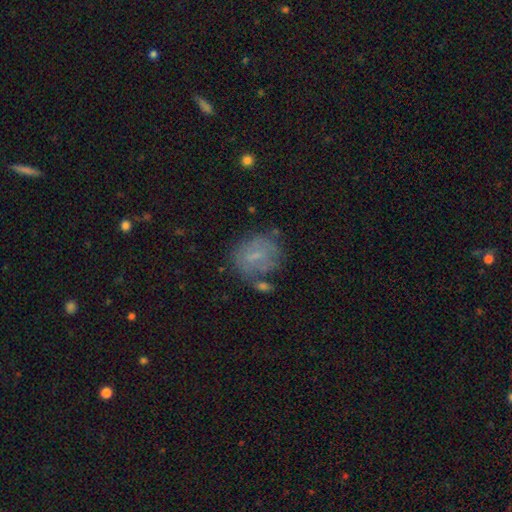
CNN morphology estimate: smooth_or_featured: smooth (p=0.53) [alt: featured or disk p=0.33]
how_rounded: round (p=0.67) [alt: in between p=0.31]
merging: none (p=0.57) [alt: minor disturbance p=0.22]